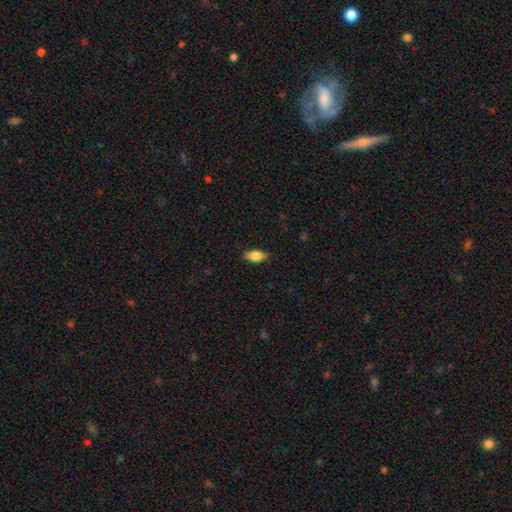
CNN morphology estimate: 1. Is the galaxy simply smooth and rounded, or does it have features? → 78% smooth, 15% featured or disk, 7% star or artifact.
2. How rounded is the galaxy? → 87% in between, 9% cigar-shaped, 4% round.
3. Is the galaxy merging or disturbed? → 86% none, 11% minor disturbance, 2% major disturbance, 1% merger.